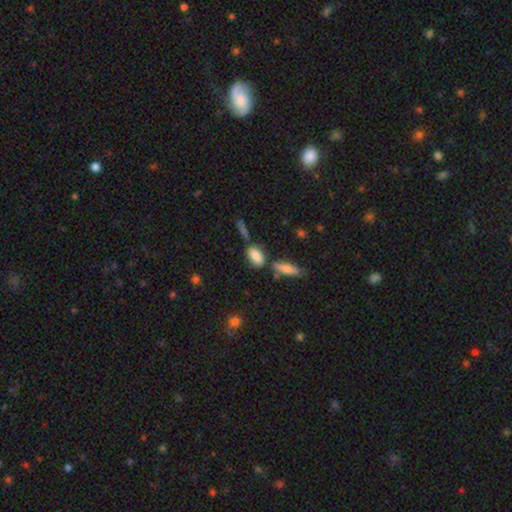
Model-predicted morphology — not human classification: smooth-or-featured: smooth: 81% | featured or disk: 10% | star or artifact: 9%
  how-rounded: in between: 84% | cigar-shaped: 10% | round: 6%
  merging: none: 60% | minor disturbance: 19% | merger: 16% | major disturbance: 6%